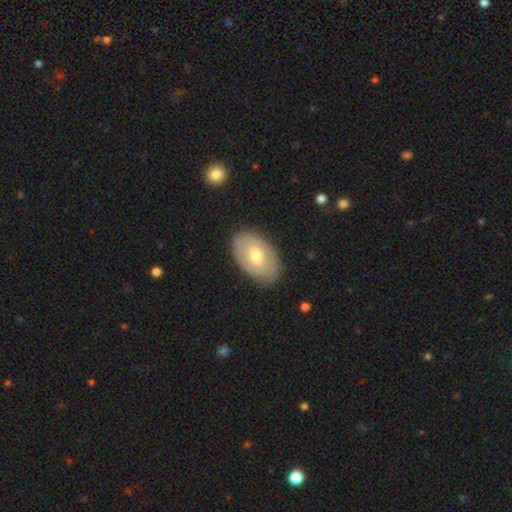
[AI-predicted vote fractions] This is possibly a featured or disk galaxy (50%). Merging: clearly none (82%).